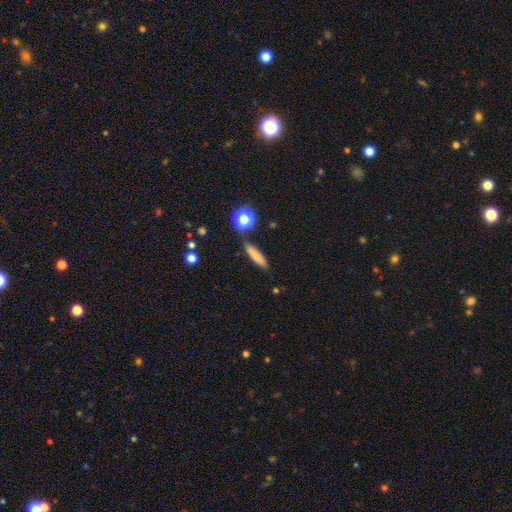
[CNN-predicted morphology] The model was most divided on "how rounded": cigar-shaped: 75%, in between: 20%, round: 5%. More confident: merging — none (84%); smooth or featured — smooth (76%).